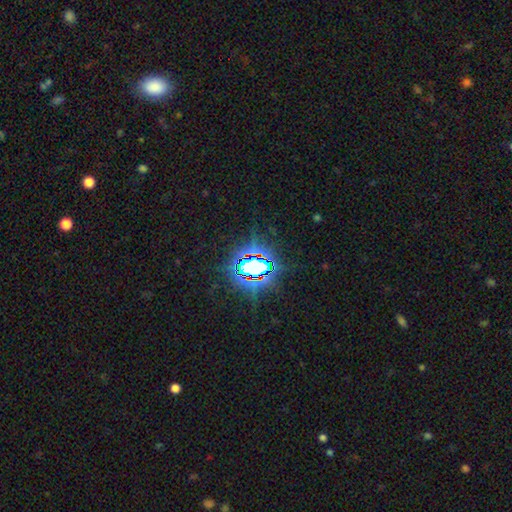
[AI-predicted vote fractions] smooth-or-featured: star or artifact: 80% | smooth: 11% | featured or disk: 9%